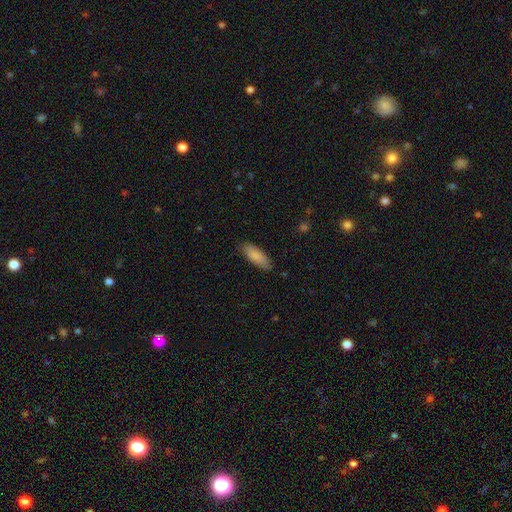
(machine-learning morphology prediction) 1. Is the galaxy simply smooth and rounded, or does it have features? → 86% smooth, 8% featured or disk, 6% star or artifact.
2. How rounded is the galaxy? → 72% in between, 27% cigar-shaped, 2% round.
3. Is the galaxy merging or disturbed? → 82% none, 15% minor disturbance, 3% major disturbance, 1% merger.